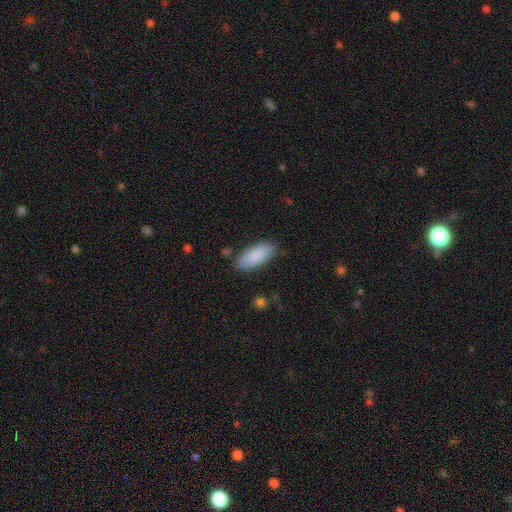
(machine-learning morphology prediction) smooth 88%, featured or disk 6%, star or artifact 6%. Down the decision tree: how rounded — in between (81%); merging — none (83%).